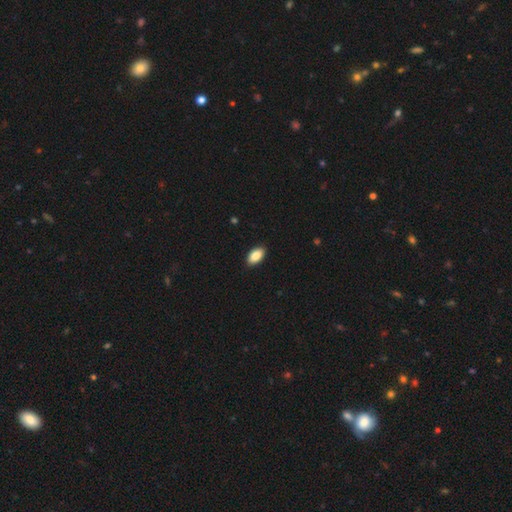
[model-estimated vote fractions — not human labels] Smooth or featured? smooth (88%)
How rounded? in between (94%)
Merging? none (90%)